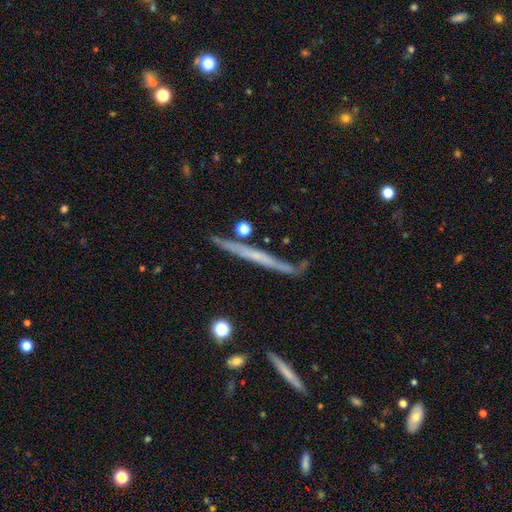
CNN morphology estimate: Q: Smooth or featured?
A: featured or disk (59%); runner-up: smooth (33%)
Q: Edge-on disk?
A: yes (94%); runner-up: no (6%)
Q: Edge-on bulge?
A: none (81%); runner-up: rounded (13%)
Q: Merging?
A: none (77%); runner-up: minor disturbance (16%)